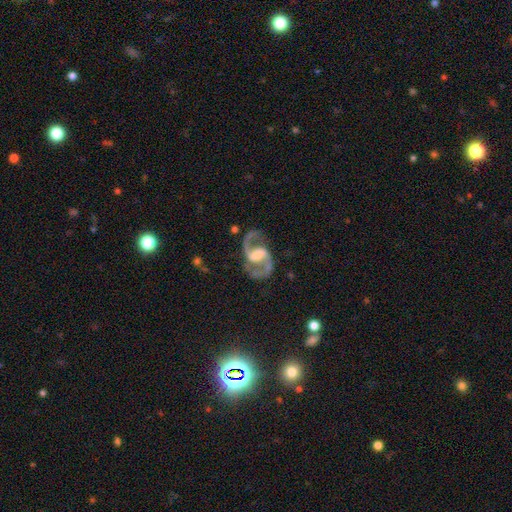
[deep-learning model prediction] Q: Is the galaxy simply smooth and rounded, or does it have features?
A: featured or disk — 91%.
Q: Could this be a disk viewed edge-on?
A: no — 98%.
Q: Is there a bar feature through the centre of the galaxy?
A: weak — 49%.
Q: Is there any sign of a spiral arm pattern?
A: yes — 98%.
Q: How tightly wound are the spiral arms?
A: medium — 64%.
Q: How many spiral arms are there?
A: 2 — 94%.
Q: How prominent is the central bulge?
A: moderate — 43%.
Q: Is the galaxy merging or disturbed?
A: none — 80%.